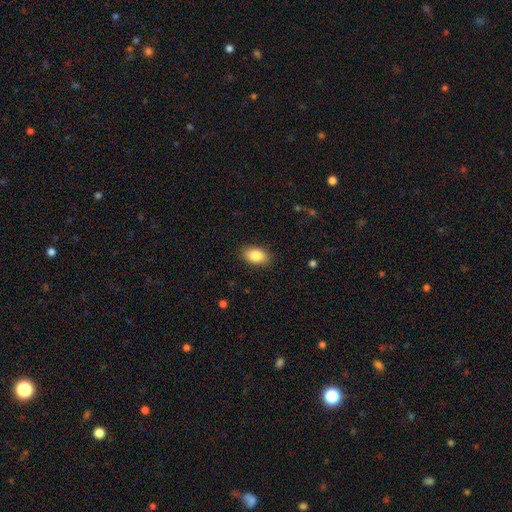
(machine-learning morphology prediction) This appears to be a smooth galaxy with no disk features (85%) that is in between round and cigar-shaped (89%). Merging: none (88%).